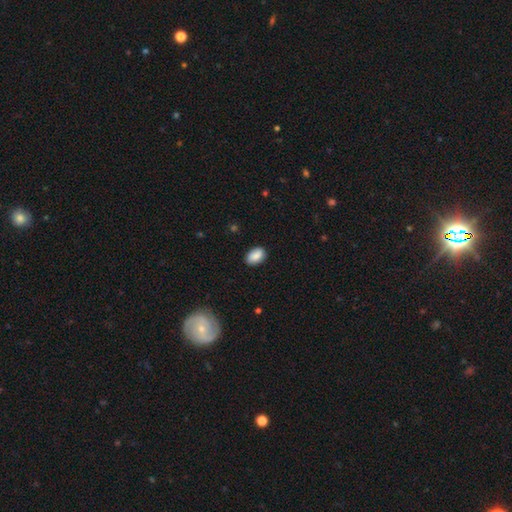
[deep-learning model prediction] Smooth or featured: smooth — 86% (star or artifact — 7%)
How rounded: in between — 90% (round — 9%)
Merging: none — 84% (minor disturbance — 13%)